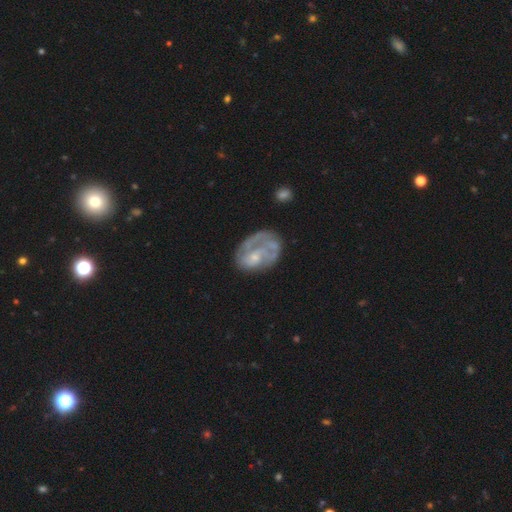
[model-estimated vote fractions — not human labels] smooth-or-featured: featured or disk: 69% | smooth: 24% | star or artifact: 7%
  disk-edge-on: no: 98% | yes: 2%
    bar: no: 75% | weak: 21% | strong: 4%
    has-spiral-arms: yes: 67% | no: 33%
    bulge-size: small: 52% | moderate: 28% | none: 17% | large: 3% | dominant: 1%
  merging: none: 48% | minor disturbance: 24% | major disturbance: 24% | merger: 4%